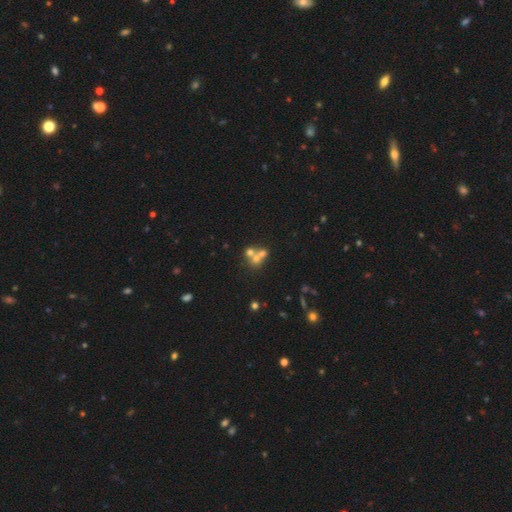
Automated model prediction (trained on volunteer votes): This is possibly a smooth galaxy (51%). How rounded: likely round (75%). Merging: possibly merger (58%).